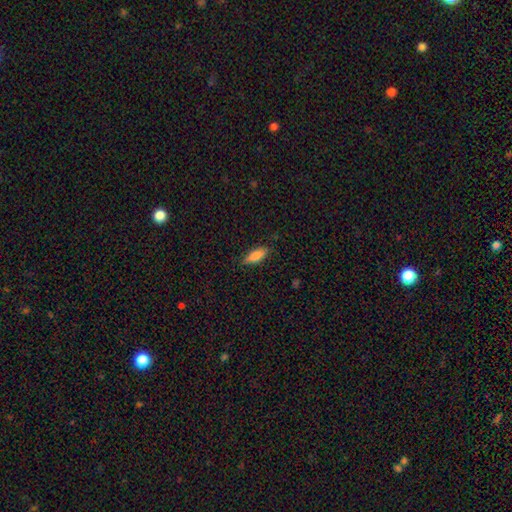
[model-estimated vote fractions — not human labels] A smooth galaxy with no disk features (81%) that is in between round and cigar-shaped (63%). Merging: none (83%).